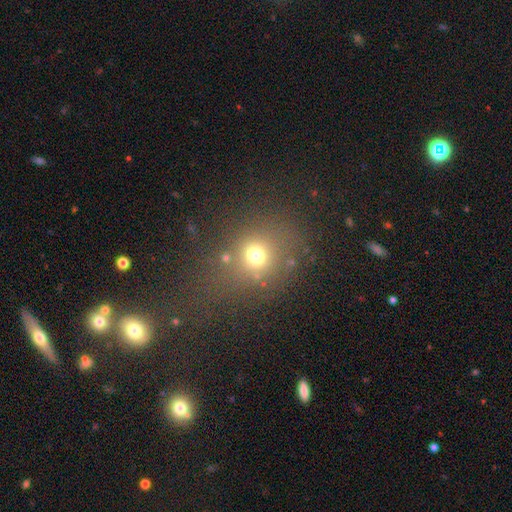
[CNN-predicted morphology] type=smooth (69%); roundness=round (77%); merging=none (69%).